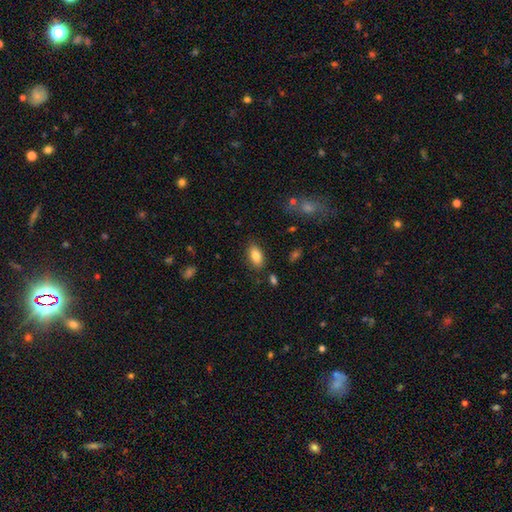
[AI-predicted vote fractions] Smooth or featured? Predicted: smooth (p=0.83). How rounded? Predicted: in between (p=0.91). Merging? Predicted: none (p=0.83).